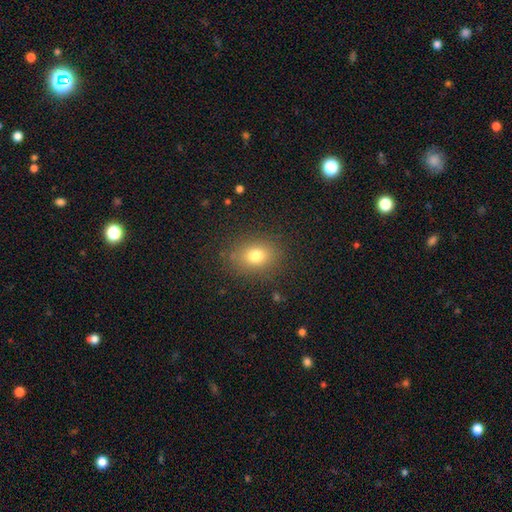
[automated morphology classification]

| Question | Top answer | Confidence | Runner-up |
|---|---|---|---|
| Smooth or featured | smooth | 77% | star or artifact (13%) |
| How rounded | in between | 56% | round (43%) |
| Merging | none | 85% | minor disturbance (10%) |